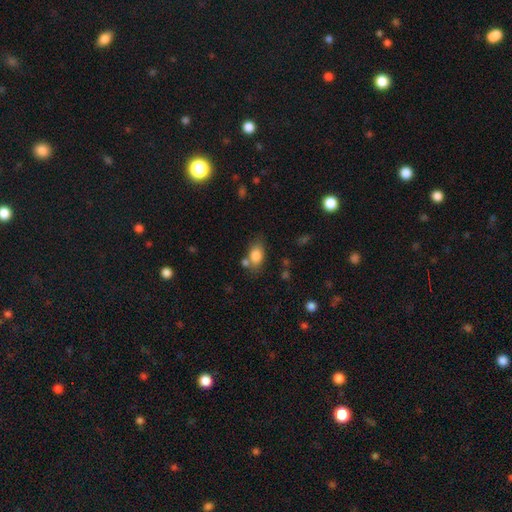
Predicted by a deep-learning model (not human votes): Smooth or featured? Predicted: smooth (p=0.83). How rounded? Predicted: in between (p=0.84). Merging? Predicted: none (p=0.64).